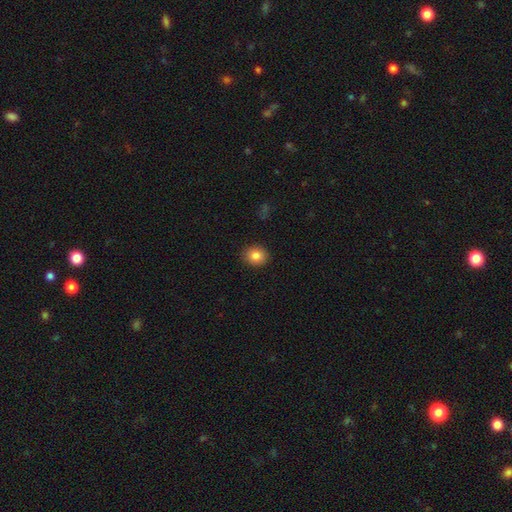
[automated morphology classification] smooth-or-featured: smooth: 85% | star or artifact: 9% | featured or disk: 6%
  how-rounded: round: 72% | in between: 28% | cigar-shaped: 1%
  merging: none: 90% | minor disturbance: 7% | major disturbance: 2% | merger: 1%